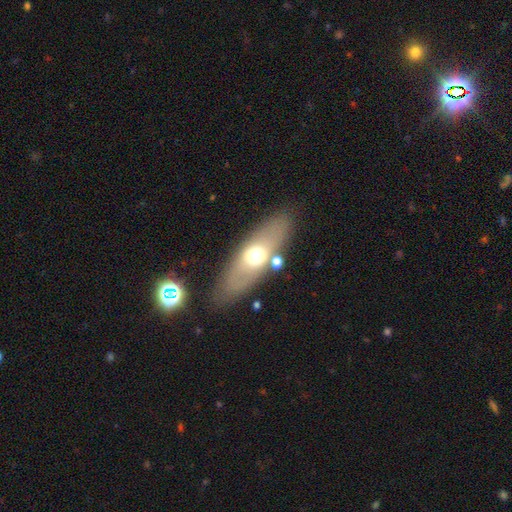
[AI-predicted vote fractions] Morphology: type=smooth (53%); roundness=in between (63%); merging=none (78%).